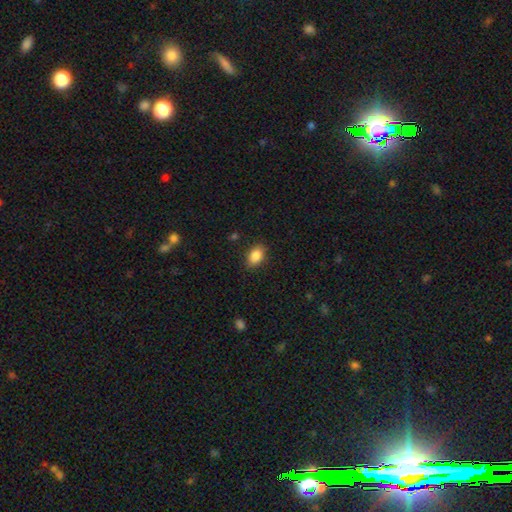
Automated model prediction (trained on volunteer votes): The model was most divided on "how rounded": in between: 85%, round: 13%, cigar-shaped: 2%. More confident: smooth or featured — smooth (87%); merging — none (86%).